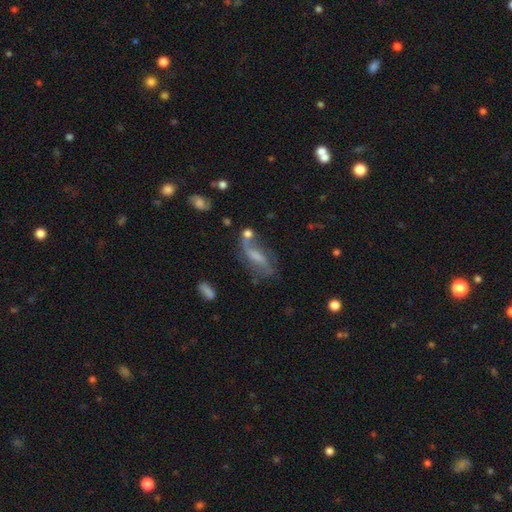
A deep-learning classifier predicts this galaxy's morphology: This is possibly a featured or disk galaxy (58%). It is clearly not viewed edge-on (84%). Merging: marginally none (41%).